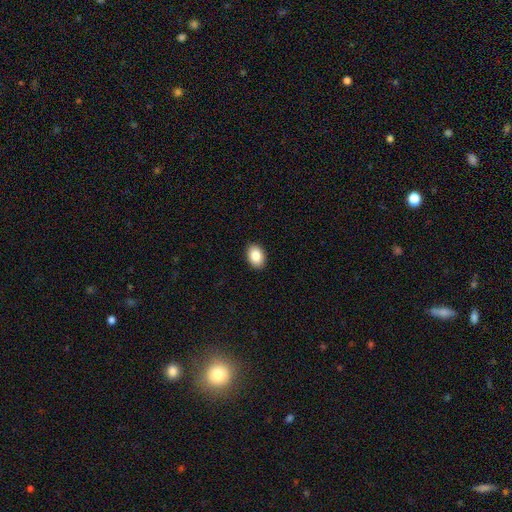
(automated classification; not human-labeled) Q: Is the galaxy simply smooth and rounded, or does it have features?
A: smooth — 86%.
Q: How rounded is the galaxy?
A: in between — 83%.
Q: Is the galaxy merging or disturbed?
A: none — 90%.